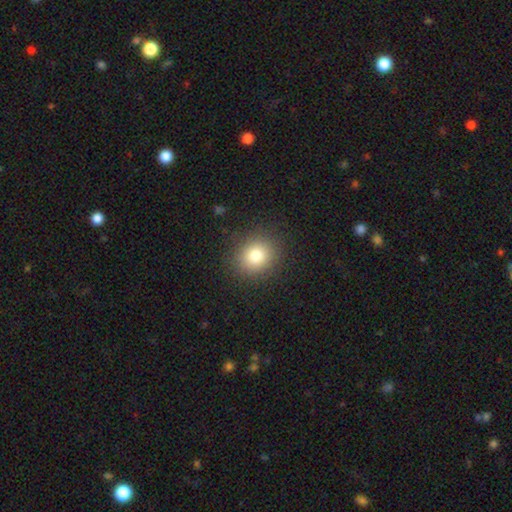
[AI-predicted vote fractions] Overall: smooth (80%). How rounded: round (77%). Merging: none (89%).